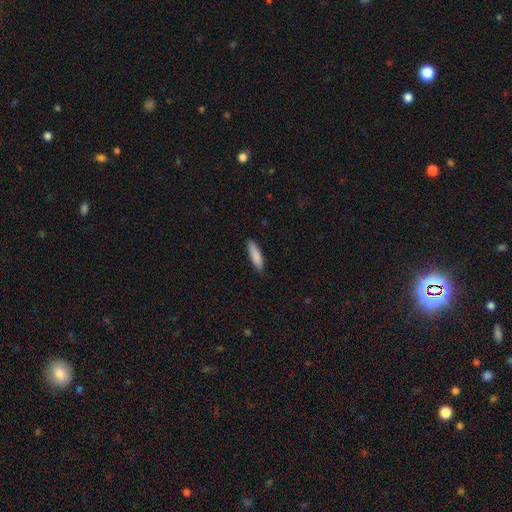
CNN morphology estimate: Smooth or featured?
  - smooth: 86% *
  - featured or disk: 8%
  - star or artifact: 6%
How rounded?
  - cigar-shaped: 65% *
  - in between: 33%
  - round: 1%
Merging?
  - none: 86% *
  - minor disturbance: 11%
  - major disturbance: 2%
  - merger: 1%